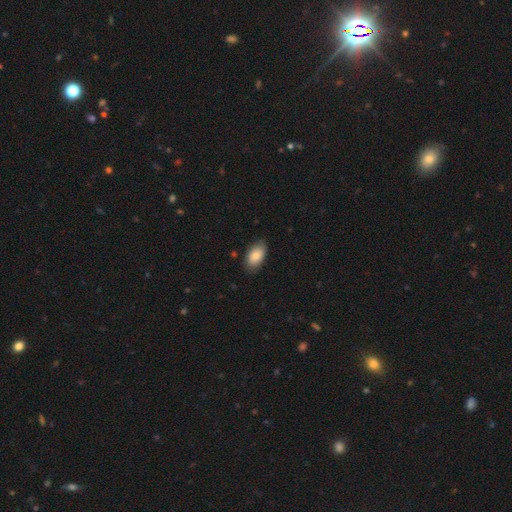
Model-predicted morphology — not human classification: Overall: smooth (84%). How rounded: in between (94%). Merging: none (82%).